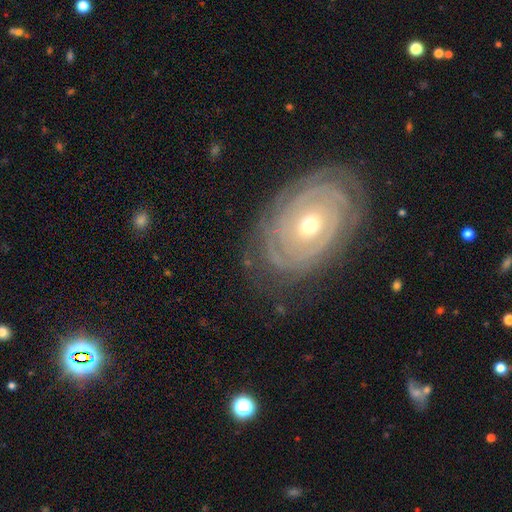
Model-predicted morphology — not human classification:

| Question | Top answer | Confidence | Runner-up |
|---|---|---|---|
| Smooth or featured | featured or disk | 81% | smooth (11%) |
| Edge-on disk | no | 95% | yes (5%) |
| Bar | no | 73% | weak (19%) |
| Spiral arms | yes | 89% | no (11%) |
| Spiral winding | tight | 86% | medium (11%) |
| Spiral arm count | can't tell | 43% | 2 (20%) |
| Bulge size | moderate | 57% | small (39%) |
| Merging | none | 81% | minor disturbance (13%) |